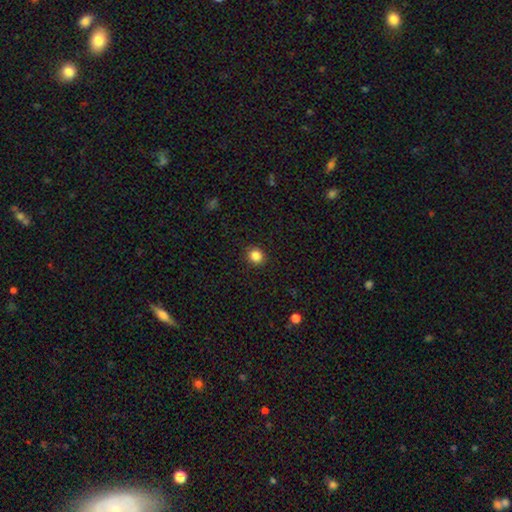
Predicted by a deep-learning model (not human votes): This is clearly a smooth galaxy (85%). How rounded: clearly round (86%). Merging: clearly none (92%).